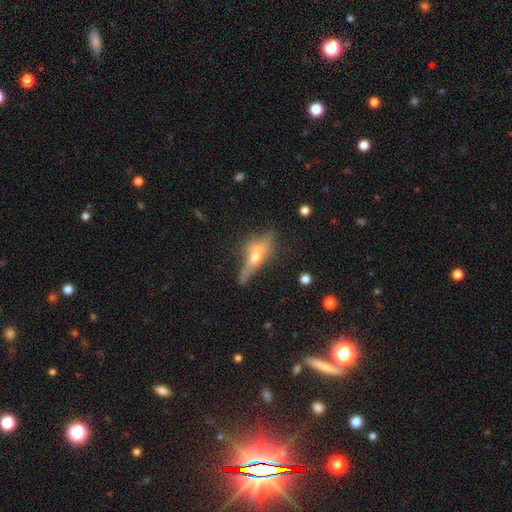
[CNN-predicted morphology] Smooth or featured: featured or disk — 61% (smooth — 29%)
Edge-on disk: yes — 83% (no — 17%)
Edge-on bulge: rounded — 89% (boxy — 6%)
Merging: none — 58% (minor disturbance — 22%)